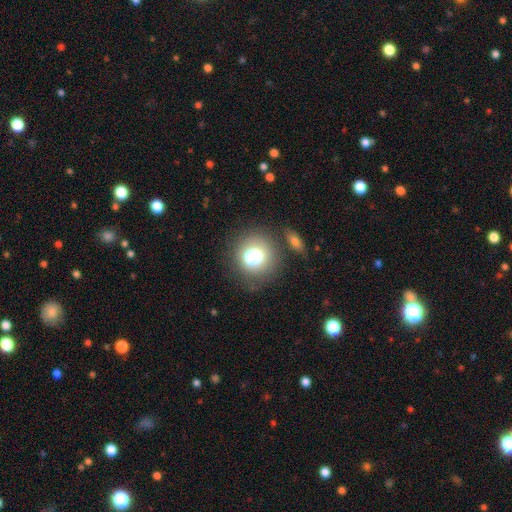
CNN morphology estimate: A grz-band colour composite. It shows a smooth galaxy with no disk features (66%) that is round (88%). Merging: none (62%).